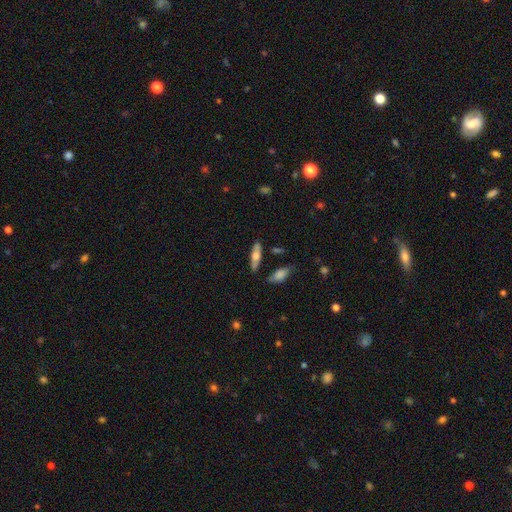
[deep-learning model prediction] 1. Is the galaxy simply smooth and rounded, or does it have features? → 54% smooth, 40% featured or disk, 6% star or artifact.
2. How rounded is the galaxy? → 50% cigar-shaped, 47% in between, 3% round.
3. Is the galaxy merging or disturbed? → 78% none, 14% minor disturbance, 5% merger, 3% major disturbance.